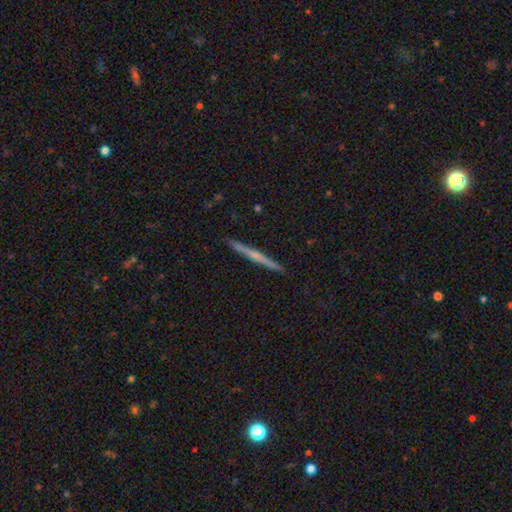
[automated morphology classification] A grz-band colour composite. It shows a featured or disk galaxy (63%) viewed edge-on (98%) with no central bulge (47%). Merging: none (93%).